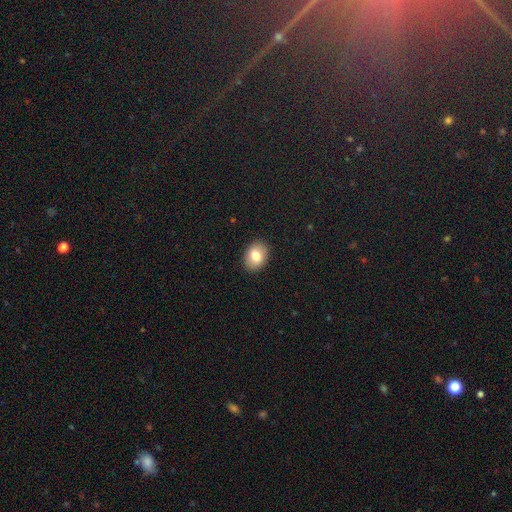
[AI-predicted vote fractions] Smooth or featured? Predicted: smooth (p=0.80). How rounded? Predicted: in between (p=0.74). Merging? Predicted: none (p=0.90).